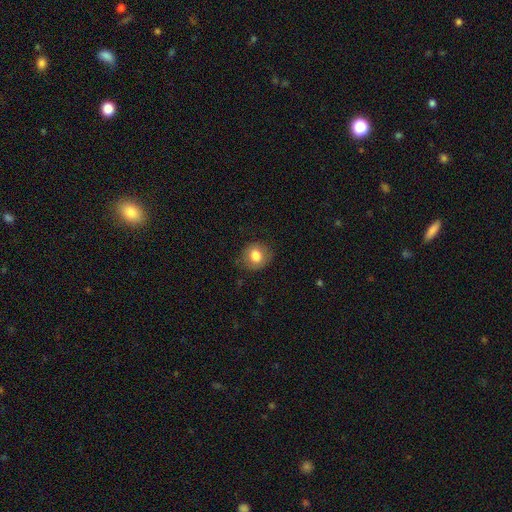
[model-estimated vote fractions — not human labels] This appears to be a smooth galaxy with no disk features (80%) that is round (78%). Merging: none (81%).